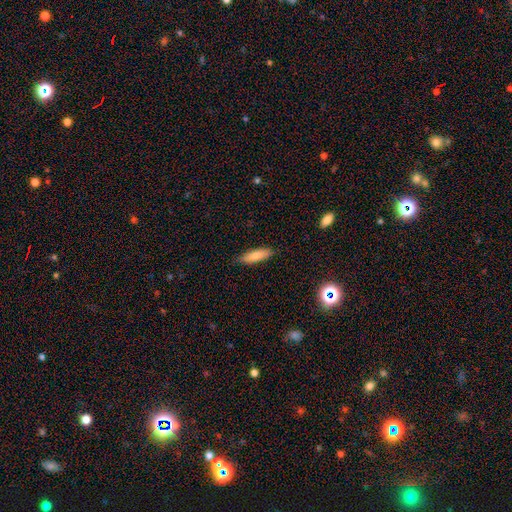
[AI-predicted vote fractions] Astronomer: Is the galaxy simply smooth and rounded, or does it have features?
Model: smooth — 83%.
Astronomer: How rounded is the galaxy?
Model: cigar-shaped — 55% (runner-up: in between, 44%).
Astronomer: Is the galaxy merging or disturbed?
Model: none — 86%.